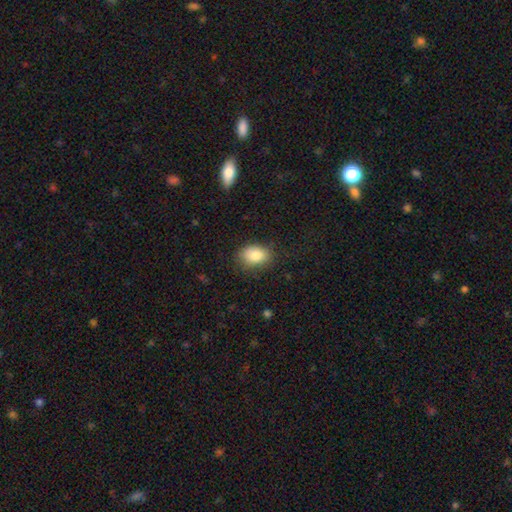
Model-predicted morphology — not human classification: Smooth or featured? Predicted: smooth (p=0.85). How rounded? Predicted: in between (p=0.76). Merging? Predicted: none (p=0.79).